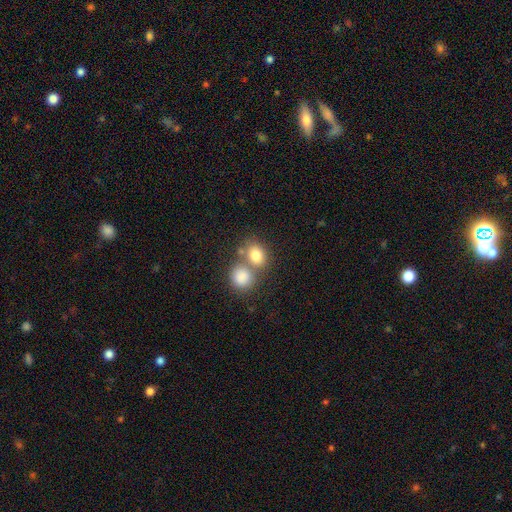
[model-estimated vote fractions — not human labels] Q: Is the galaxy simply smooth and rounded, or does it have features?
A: smooth — 81%.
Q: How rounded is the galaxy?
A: round — 51%.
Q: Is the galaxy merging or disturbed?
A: none — 44%.